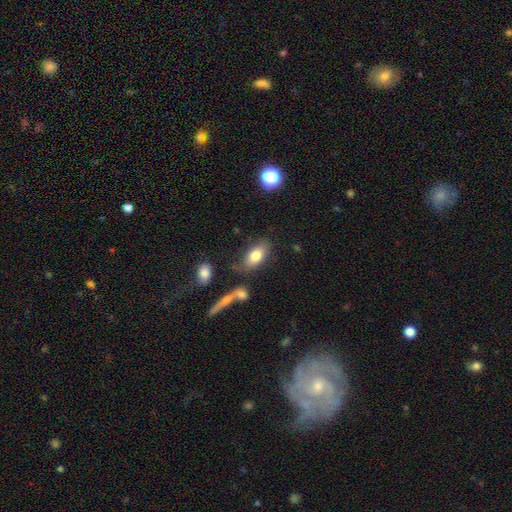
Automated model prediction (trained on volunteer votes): Smooth or featured? smooth (79%)
How rounded? in between (90%)
Merging? none (70%)